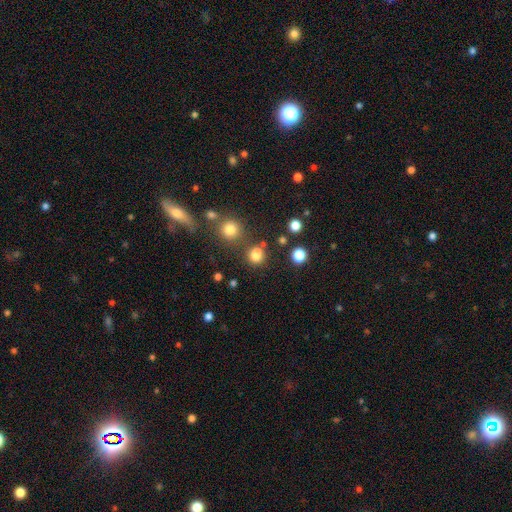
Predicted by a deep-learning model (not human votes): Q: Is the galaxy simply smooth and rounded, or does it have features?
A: smooth — 77%.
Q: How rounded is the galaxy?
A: round — 75%.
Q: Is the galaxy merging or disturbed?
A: none — 68%.